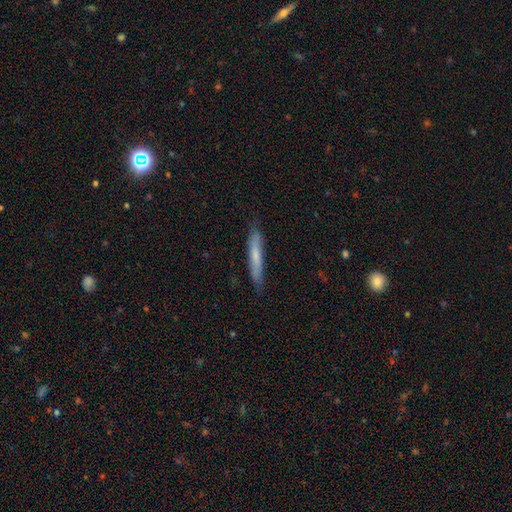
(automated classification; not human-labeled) This is likely a smooth galaxy (61%). How rounded: clearly cigar-shaped (94%). Merging: clearly none (83%).